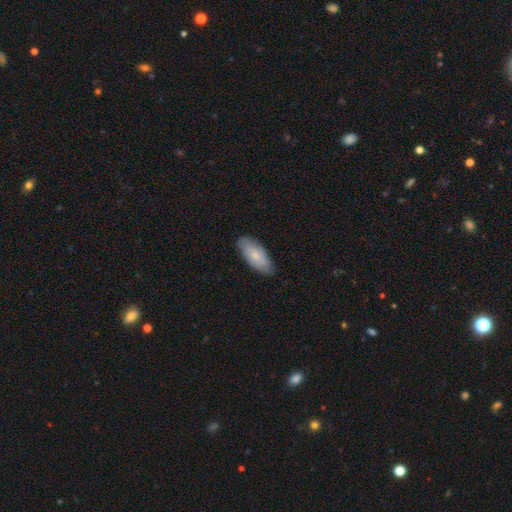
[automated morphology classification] Overall: smooth (68%). How rounded: in between (85%). Merging: none (82%).